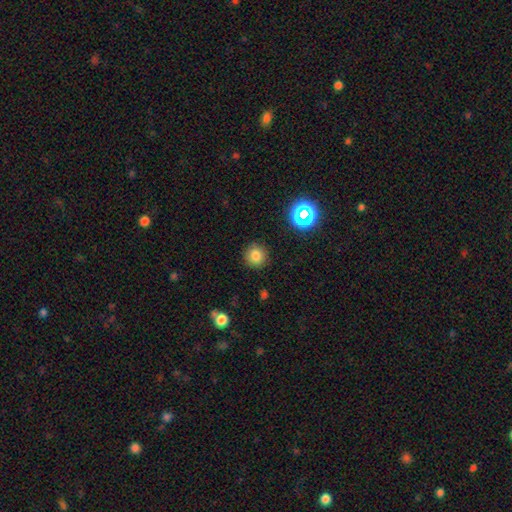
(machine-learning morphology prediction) smooth_or_featured: smooth (p=0.79) [alt: star or artifact p=0.15]
how_rounded: round (p=0.92) [alt: in between p=0.08]
merging: none (p=0.89) [alt: minor disturbance p=0.07]